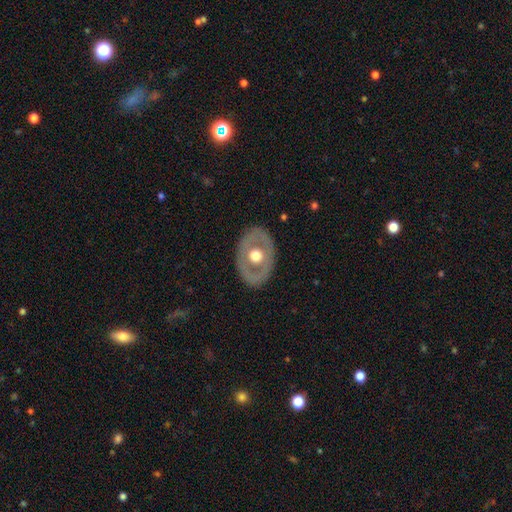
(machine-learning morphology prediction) smooth_or_featured: featured or disk (p=0.56) [alt: smooth p=0.39]
disk_edge_on: no (p=0.91) [alt: yes p=0.09]
bar: no (p=0.91) [alt: weak p=0.07]
has_spiral_arms: no (p=0.92) [alt: yes p=0.08]
bulge_size: moderate (p=0.63) [alt: large p=0.31]
merging: none (p=0.83) [alt: minor disturbance p=0.11]